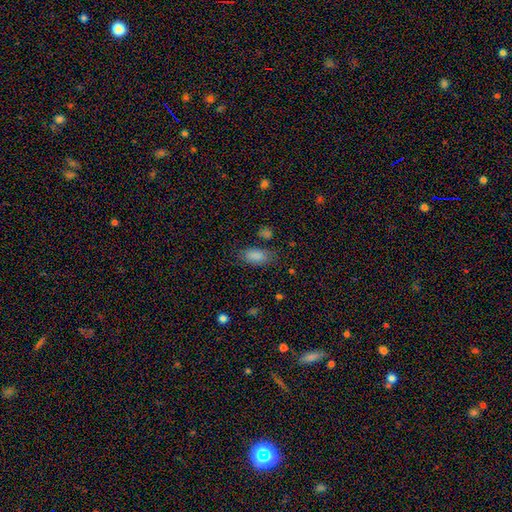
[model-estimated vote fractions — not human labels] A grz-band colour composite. It shows a smooth galaxy with no disk features (84%) that is in between round and cigar-shaped (91%). Merging: none (71%).